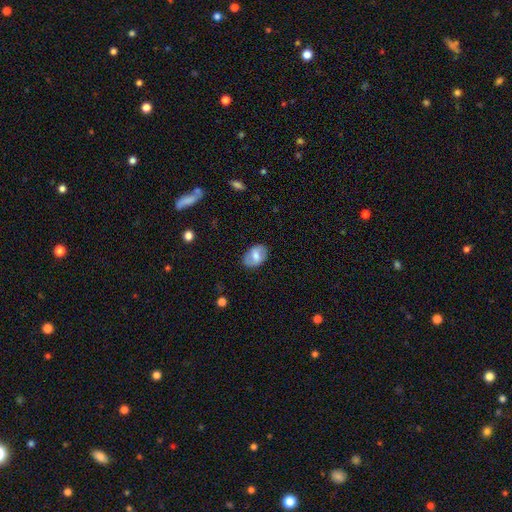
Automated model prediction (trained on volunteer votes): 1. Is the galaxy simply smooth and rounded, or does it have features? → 59% smooth, 34% featured or disk, 7% star or artifact.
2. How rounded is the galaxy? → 86% in between, 13% round, 1% cigar-shaped.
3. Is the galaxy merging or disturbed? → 83% none, 12% minor disturbance, 3% major disturbance, 1% merger.